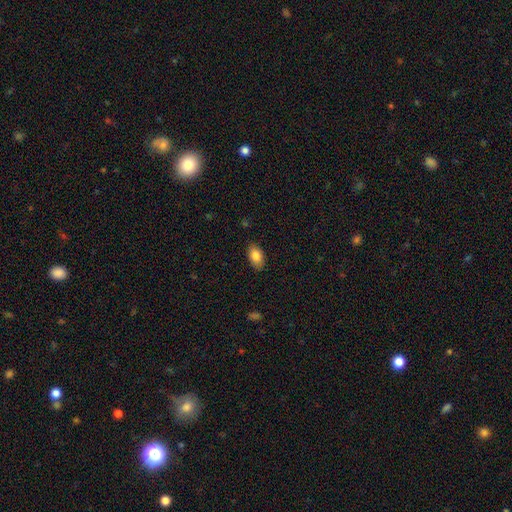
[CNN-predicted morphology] smooth 84%, featured or disk 9%, star or artifact 7%. Down the decision tree: how rounded — in between (92%); merging — none (86%).